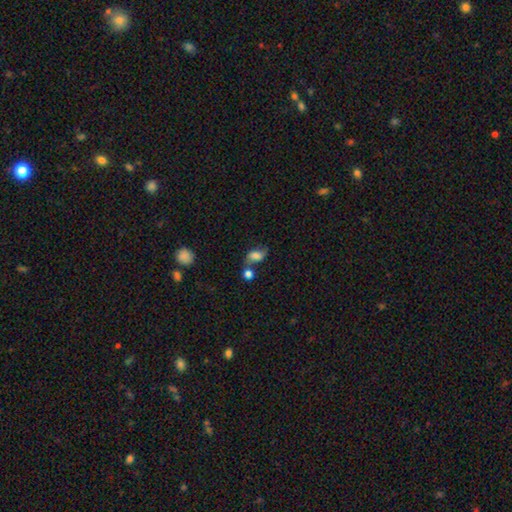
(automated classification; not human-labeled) A smooth galaxy with no disk features (68%) that is in between round and cigar-shaped (82%).

Vote fractions:
- Smooth or featured? smooth: 68% / featured or disk: 21% / star or artifact: 11%
- How rounded? in between: 82% / round: 16% / cigar-shaped: 2%
- Merging? none: 45% / merger: 25% / minor disturbance: 20% / major disturbance: 9%